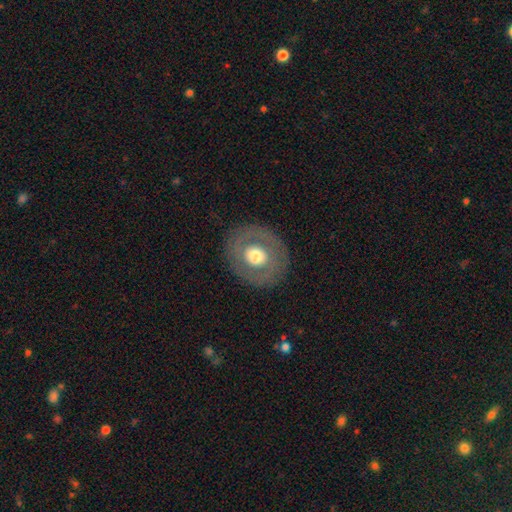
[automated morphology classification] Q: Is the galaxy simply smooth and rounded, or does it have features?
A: smooth — 48%.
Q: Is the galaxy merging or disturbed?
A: none — 84%.